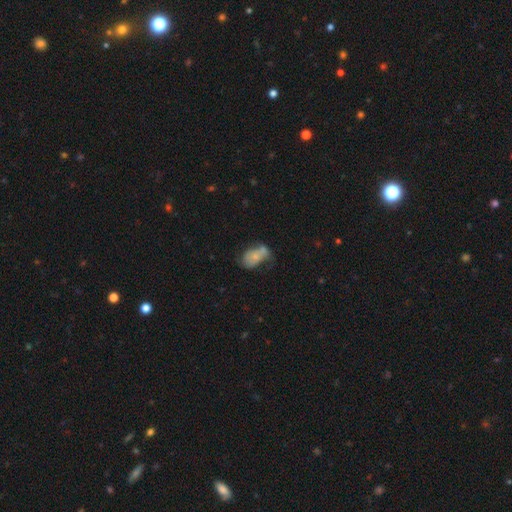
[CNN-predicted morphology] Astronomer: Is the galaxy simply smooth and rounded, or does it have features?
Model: smooth — 63%.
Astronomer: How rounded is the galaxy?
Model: in between — 88%.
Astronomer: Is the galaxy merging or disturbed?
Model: merger — 32% (runner-up: none, 27%).